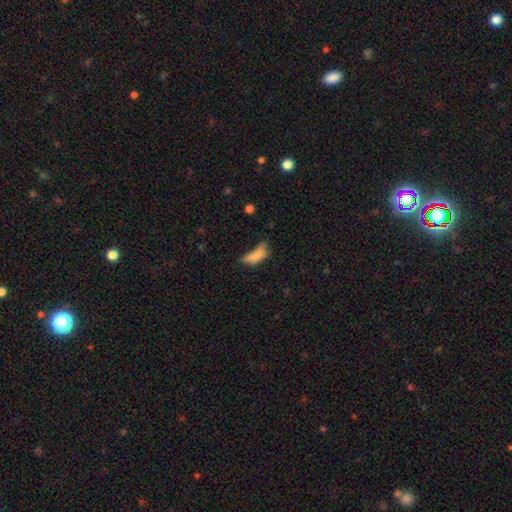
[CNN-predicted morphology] Smooth or featured? smooth (76%)
How rounded? in between (73%)
Merging? minor disturbance (35%)